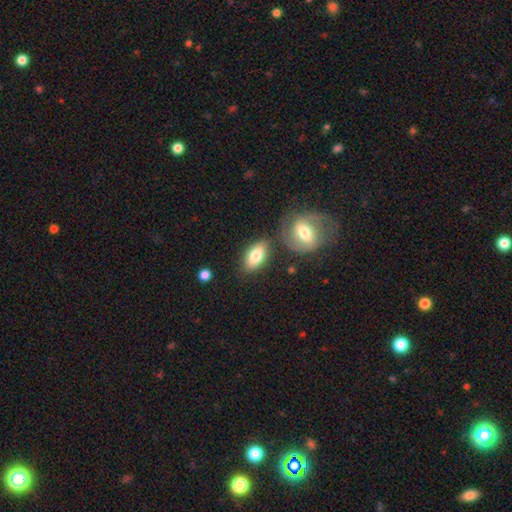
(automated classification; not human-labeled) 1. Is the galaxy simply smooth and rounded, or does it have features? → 78% smooth, 16% featured or disk, 6% star or artifact.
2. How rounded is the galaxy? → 90% in between, 5% round, 5% cigar-shaped.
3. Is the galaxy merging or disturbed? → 70% none, 14% minor disturbance, 12% merger, 4% major disturbance.